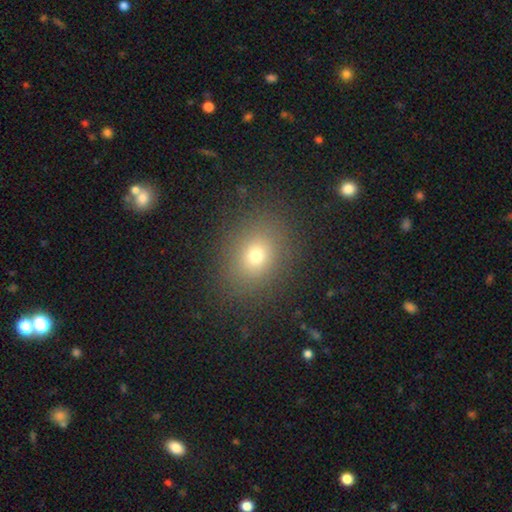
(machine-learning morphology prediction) Q: Smooth or featured?
A: smooth (72%); runner-up: star or artifact (16%)
Q: How rounded?
A: round (50%); runner-up: in between (49%)
Q: Merging?
A: none (86%); runner-up: minor disturbance (9%)